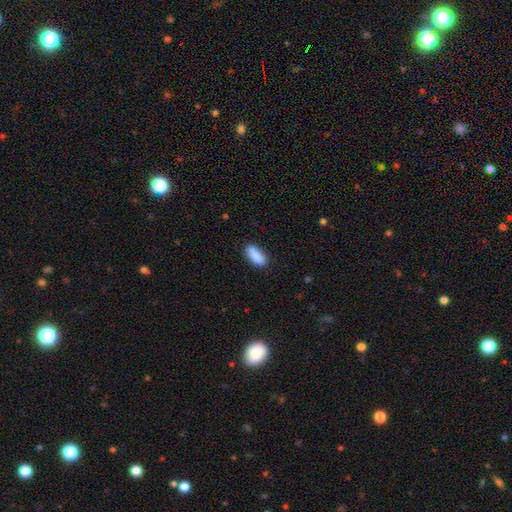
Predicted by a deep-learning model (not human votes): Smooth or featured?
  - smooth: 89% *
  - star or artifact: 7%
  - featured or disk: 4%
How rounded?
  - in between: 80% *
  - cigar-shaped: 17%
  - round: 2%
Merging?
  - none: 82% *
  - minor disturbance: 14%
  - major disturbance: 3%
  - merger: 2%